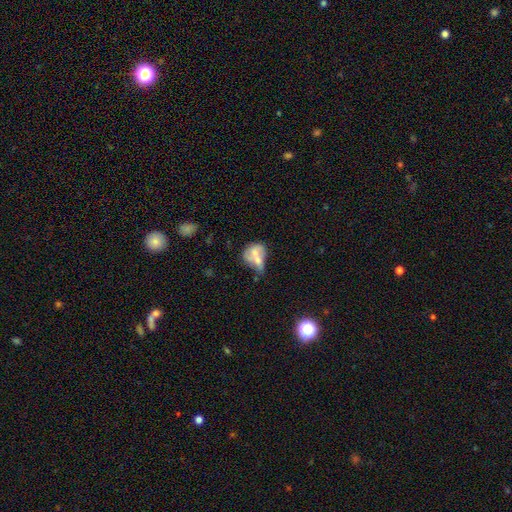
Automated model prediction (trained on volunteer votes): A smooth galaxy with no disk features (54%) that is in between round and cigar-shaped (62%).

Vote fractions:
- Smooth or featured? smooth: 54% / featured or disk: 37% / star or artifact: 9%
- How rounded? in between: 62% / round: 36% / cigar-shaped: 2%
- Merging? merger: 58% / none: 18% / minor disturbance: 13% / major disturbance: 11%